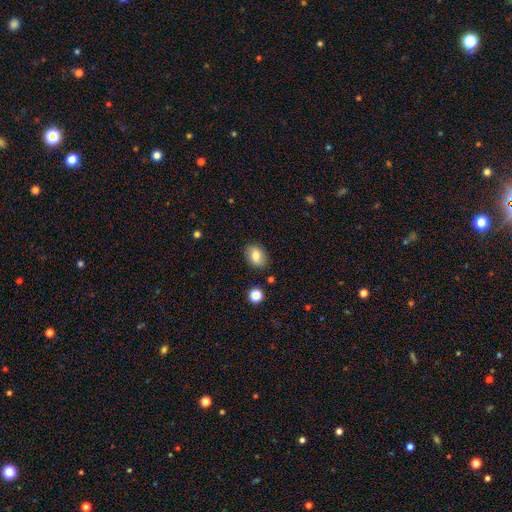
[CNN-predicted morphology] A smooth galaxy with no disk features (78%) that is in between round and cigar-shaped (69%). Merging: none (83%).